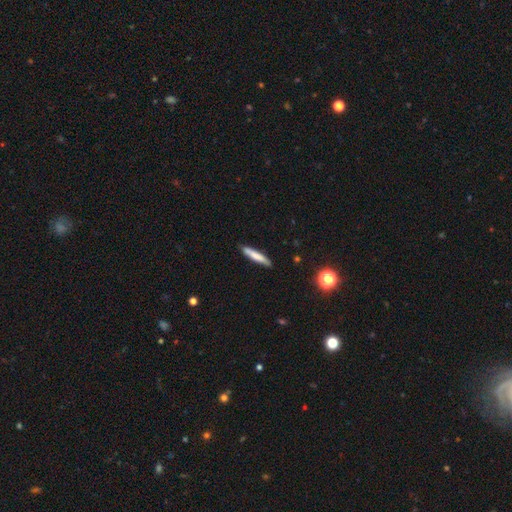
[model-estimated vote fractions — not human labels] Overall: smooth (71%). How rounded: cigar-shaped (91%). Merging: none (84%).